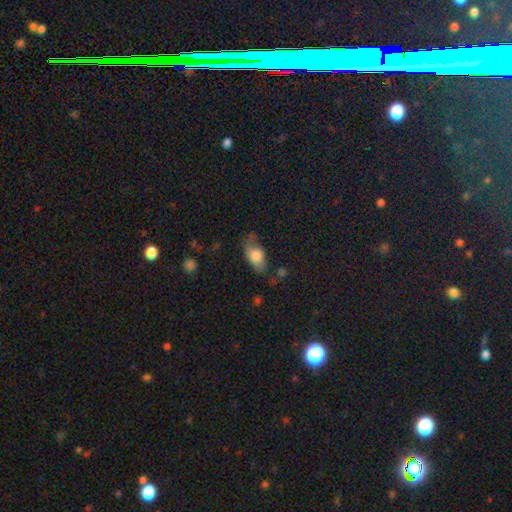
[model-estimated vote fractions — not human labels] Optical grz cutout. It shows a smooth galaxy with no disk features (76%) that is in between round and cigar-shaped (88%). Merging: none (49%).